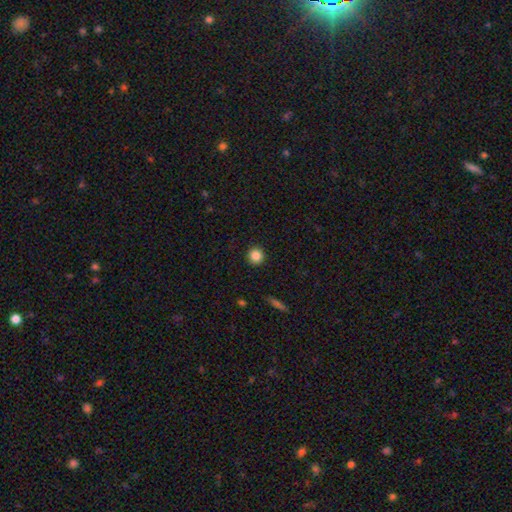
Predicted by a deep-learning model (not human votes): Smooth or featured? smooth (85%)
How rounded? round (93%)
Merging? none (92%)